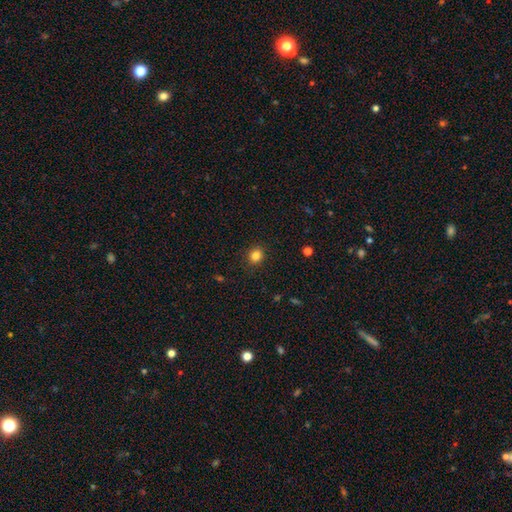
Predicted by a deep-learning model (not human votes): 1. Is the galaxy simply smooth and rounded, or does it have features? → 83% smooth, 12% star or artifact, 5% featured or disk.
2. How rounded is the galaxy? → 75% round, 24% in between, 1% cigar-shaped.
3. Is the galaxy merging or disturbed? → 89% none, 7% minor disturbance, 2% major disturbance, 1% merger.